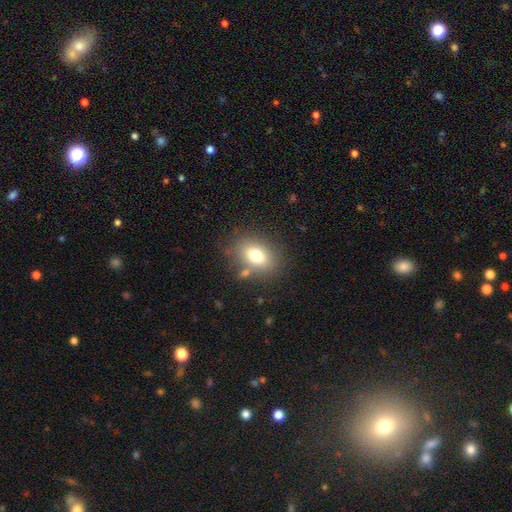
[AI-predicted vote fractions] A smooth galaxy with no disk features (74%) that is in between round and cigar-shaped (72%). Merging: none (75%).